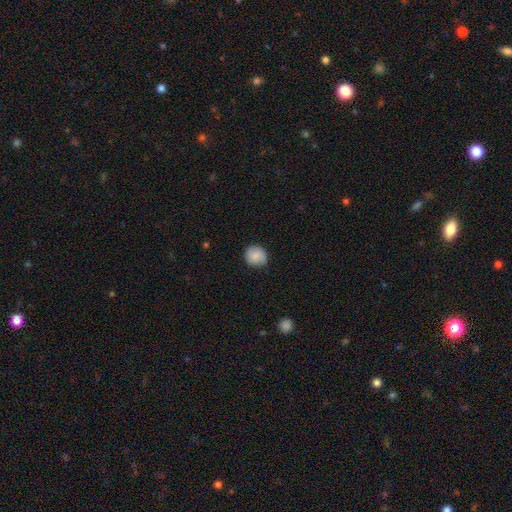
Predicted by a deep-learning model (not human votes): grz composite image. It shows a smooth galaxy with no disk features (83%) that is round (89%). Merging: none (84%).